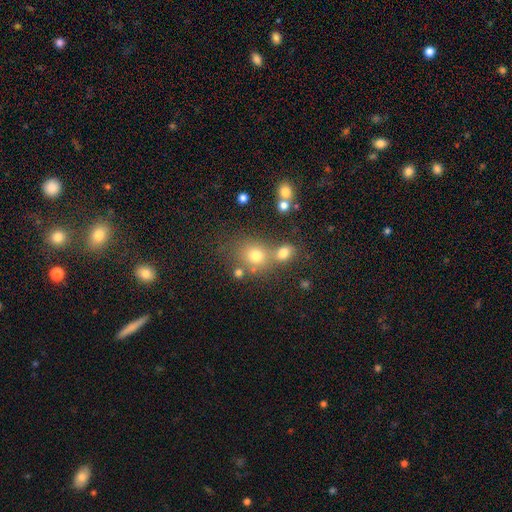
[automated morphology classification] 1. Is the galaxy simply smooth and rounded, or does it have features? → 71% smooth, 17% star or artifact, 12% featured or disk.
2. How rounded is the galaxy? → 68% round, 30% in between, 1% cigar-shaped.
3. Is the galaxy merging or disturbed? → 53% none, 32% merger, 10% minor disturbance, 5% major disturbance.